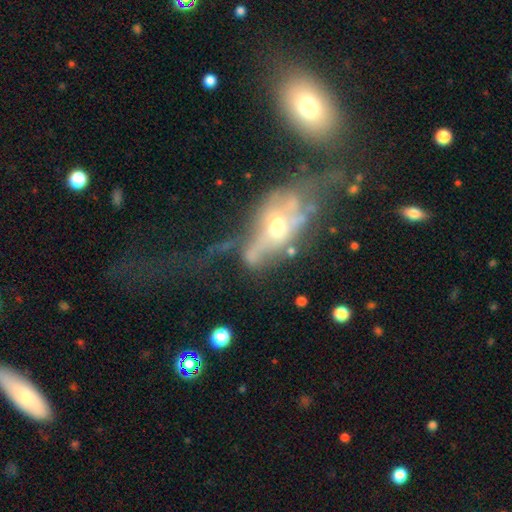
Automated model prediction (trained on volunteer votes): featured or disk 55%, smooth 31%, star or artifact 14%. Down the decision tree: edge-on disk — no (74%); merging — major disturbance (40%).